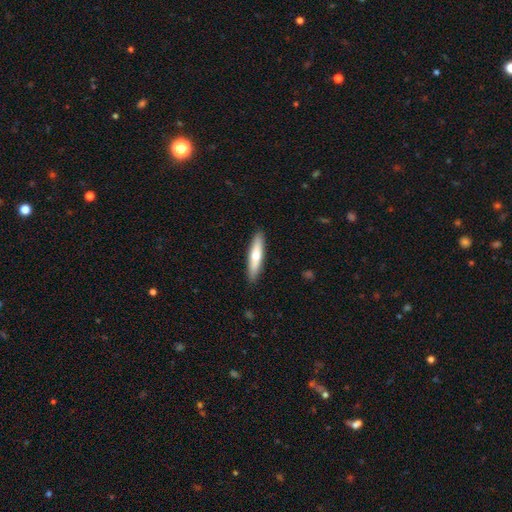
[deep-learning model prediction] Smooth or featured? Predicted: smooth (p=0.60). How rounded? Predicted: cigar-shaped (p=0.83). Merging? Predicted: none (p=0.90).